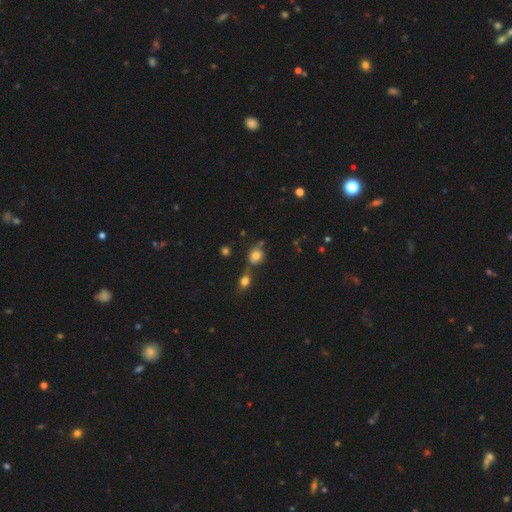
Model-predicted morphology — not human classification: A smooth galaxy with no disk features (78%) that is round (76%).

Vote fractions:
- Smooth or featured? smooth: 78% / star or artifact: 14% / featured or disk: 9%
- How rounded? round: 76% / in between: 22% / cigar-shaped: 1%
- Merging? none: 63% / merger: 21% / minor disturbance: 12% / major disturbance: 4%